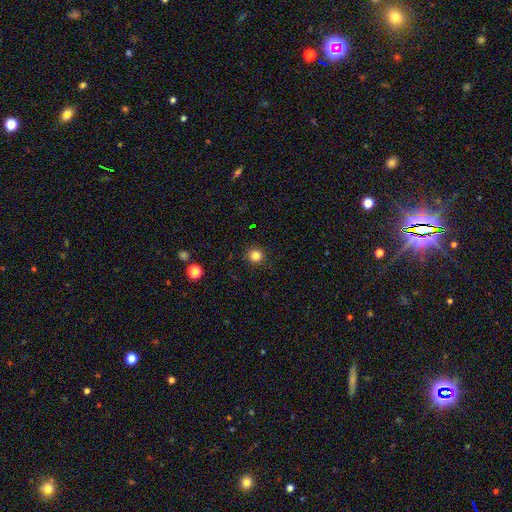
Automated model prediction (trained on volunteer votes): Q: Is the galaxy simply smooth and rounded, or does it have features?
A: smooth — 83%.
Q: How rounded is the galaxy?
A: round — 92%.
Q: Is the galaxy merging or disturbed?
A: none — 91%.